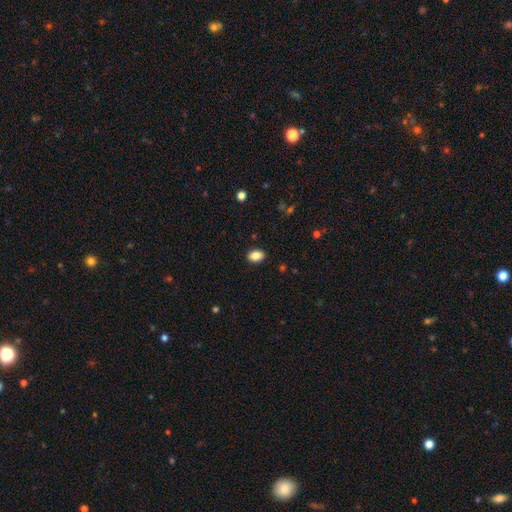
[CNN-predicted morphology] smooth-or-featured: smooth: 86% | star or artifact: 9% | featured or disk: 5%
  how-rounded: in between: 82% | round: 17% | cigar-shaped: 1%
  merging: none: 89% | minor disturbance: 8% | major disturbance: 2% | merger: 1%